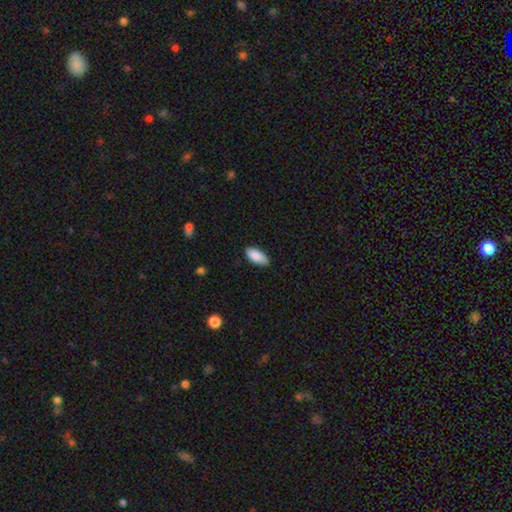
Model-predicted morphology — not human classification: smooth_or_featured: smooth (p=0.88) [alt: star or artifact p=0.06]
how_rounded: in between (p=0.90) [alt: cigar-shaped p=0.08]
merging: none (p=0.76) [alt: minor disturbance p=0.20]